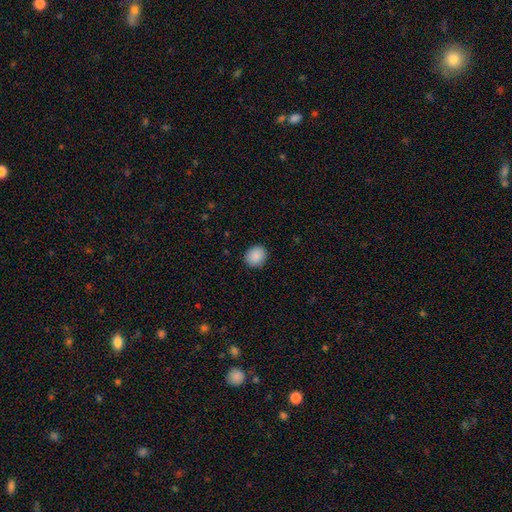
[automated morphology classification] smooth 90%, star or artifact 8%, featured or disk 3%. Down the decision tree: how rounded — round (75%); merging — none (89%).